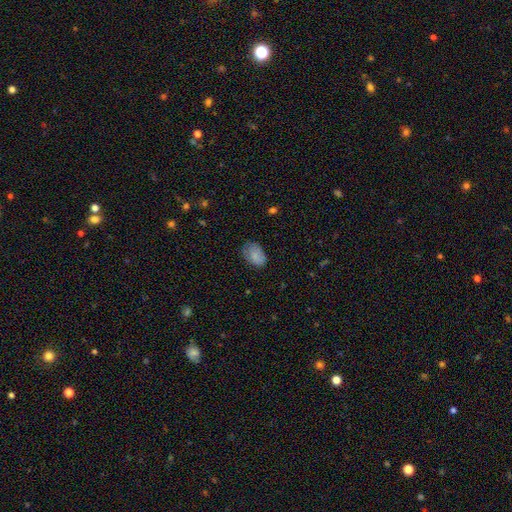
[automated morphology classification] The model was most divided on "merging": none: 69%, minor disturbance: 24%, major disturbance: 6%, merger: 1%. More confident: how rounded — in between (88%); smooth or featured — smooth (82%).